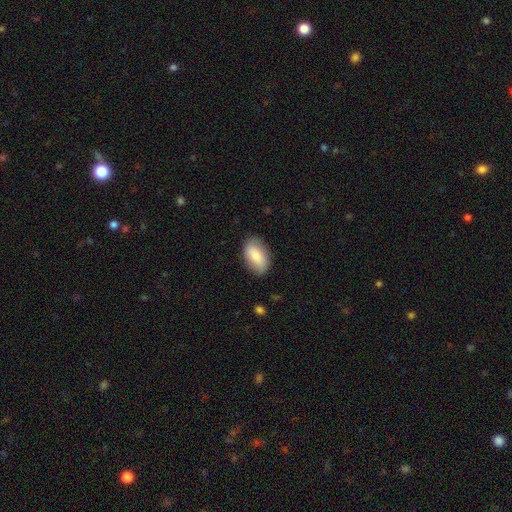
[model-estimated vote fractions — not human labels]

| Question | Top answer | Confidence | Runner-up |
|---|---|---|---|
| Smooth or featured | smooth | 77% | featured or disk (17%) |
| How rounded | in between | 92% | round (5%) |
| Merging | none | 80% | minor disturbance (15%) |